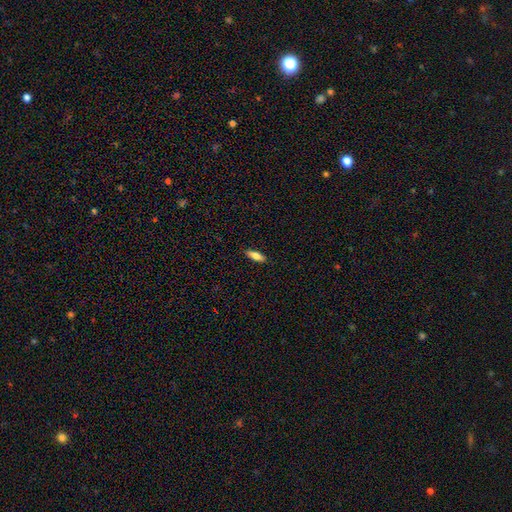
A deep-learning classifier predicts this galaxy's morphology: This appears to be a smooth galaxy with no disk features (78%) that is in between round and cigar-shaped (59%). Merging: none (89%).